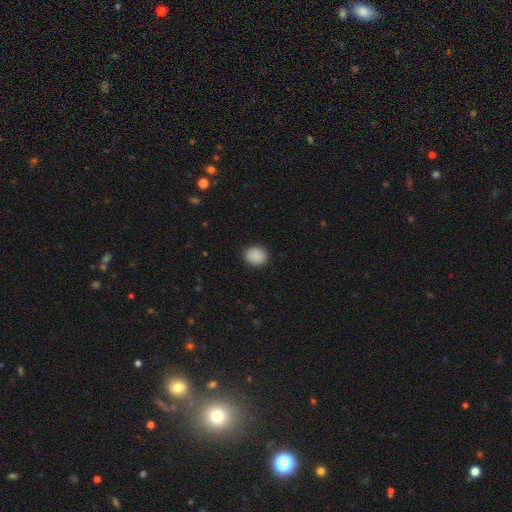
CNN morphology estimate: A smooth galaxy with no disk features (90%) that is round (62%).

Vote fractions:
- Smooth or featured? smooth: 90% / star or artifact: 8% / featured or disk: 2%
- How rounded? round: 62% / in between: 37% / cigar-shaped: 1%
- Merging? none: 90% / minor disturbance: 7% / major disturbance: 2% / merger: 1%